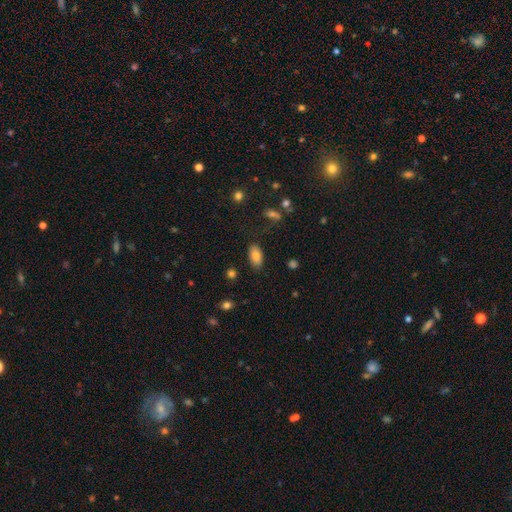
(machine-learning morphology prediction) smooth_or_featured: smooth (p=0.79) [alt: featured or disk p=0.12]
how_rounded: in between (p=0.92) [alt: cigar-shaped p=0.04]
merging: none (p=0.82) [alt: minor disturbance p=0.12]